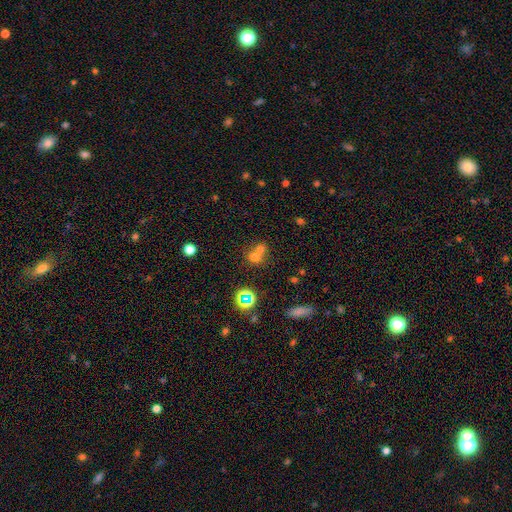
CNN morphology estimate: smooth-or-featured: smooth: 63% | star or artifact: 22% | featured or disk: 15%
  how-rounded: round: 75% | in between: 24% | cigar-shaped: 1%
  merging: merger: 59% | none: 33% | minor disturbance: 5% | major disturbance: 3%